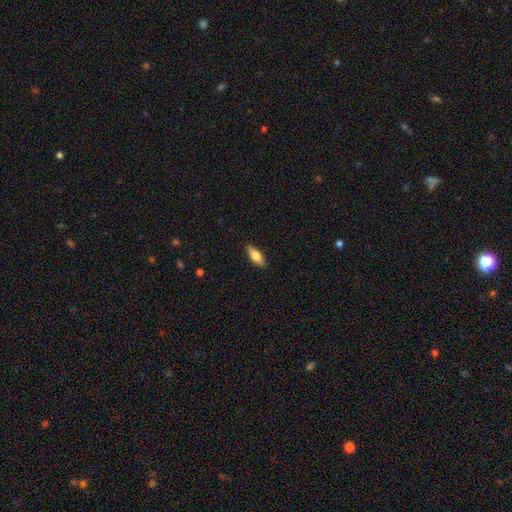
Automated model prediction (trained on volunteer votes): This appears to be a smooth galaxy with no disk features (68%) that is in between round and cigar-shaped (64%). Merging: none (89%).